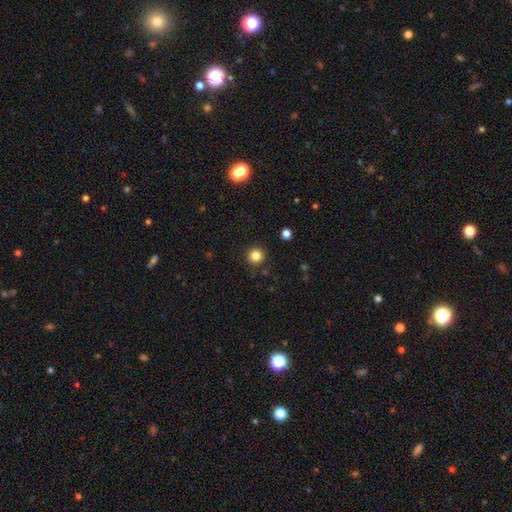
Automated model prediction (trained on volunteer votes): Smooth or featured? Predicted: smooth (p=0.83). How rounded? Predicted: round (p=0.95). Merging? Predicted: none (p=0.90).